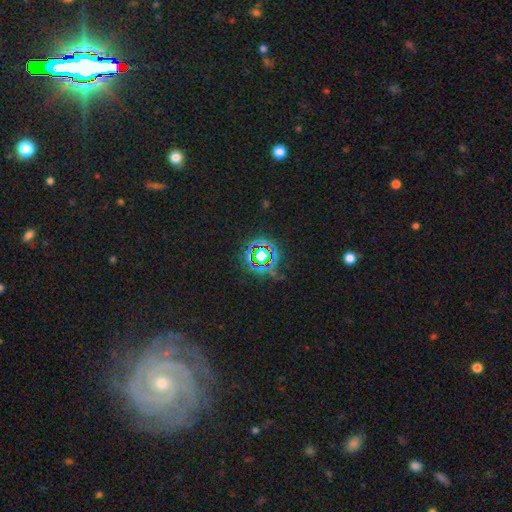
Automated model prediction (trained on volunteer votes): Smooth or featured? Predicted: star or artifact (p=0.75).